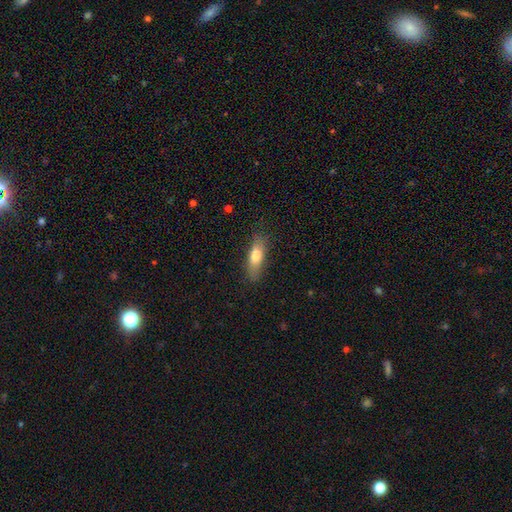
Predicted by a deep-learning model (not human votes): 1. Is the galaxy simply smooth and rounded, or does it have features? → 71% smooth, 22% featured or disk, 7% star or artifact.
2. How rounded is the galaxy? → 55% in between, 43% cigar-shaped, 3% round.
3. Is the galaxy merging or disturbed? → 82% none, 14% minor disturbance, 3% major disturbance, 1% merger.